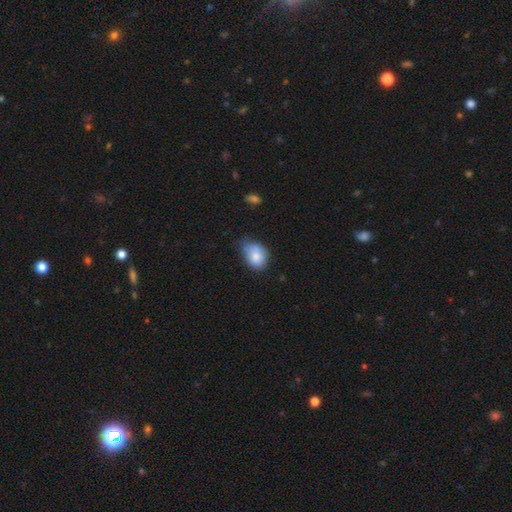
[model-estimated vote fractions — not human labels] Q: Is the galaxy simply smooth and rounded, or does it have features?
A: smooth — 81%.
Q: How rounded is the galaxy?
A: in between — 66%.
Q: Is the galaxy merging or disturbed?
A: none — 43%.